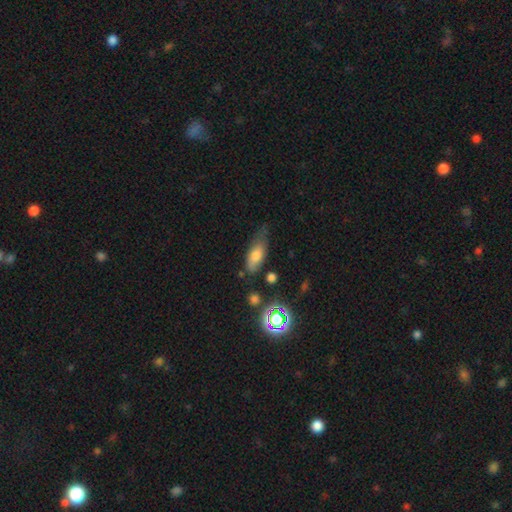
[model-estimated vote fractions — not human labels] Morphology: type=smooth (71%); roundness=in between (78%); merging=none (46%).